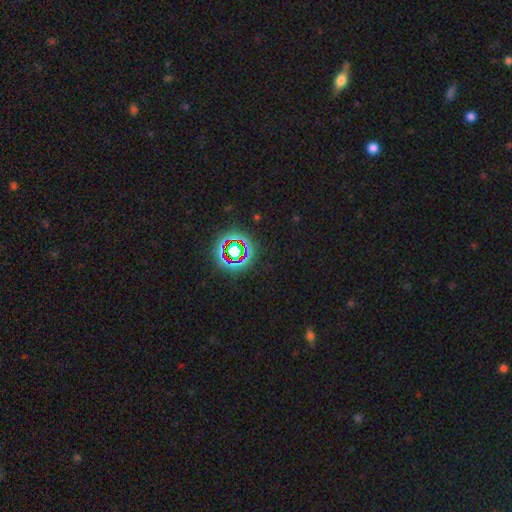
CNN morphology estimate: smooth_or_featured: star or artifact (p=0.63) [alt: smooth p=0.23]